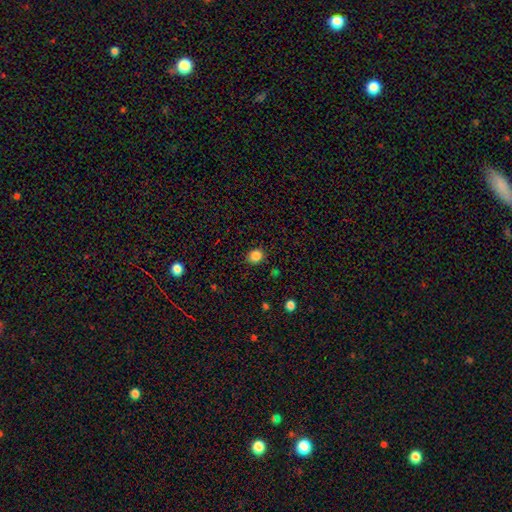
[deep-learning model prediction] smooth-or-featured: smooth: 85% | star or artifact: 12% | featured or disk: 4%
  how-rounded: round: 81% | in between: 18% | cigar-shaped: 1%
  merging: none: 87% | minor disturbance: 9% | major disturbance: 3% | merger: 1%